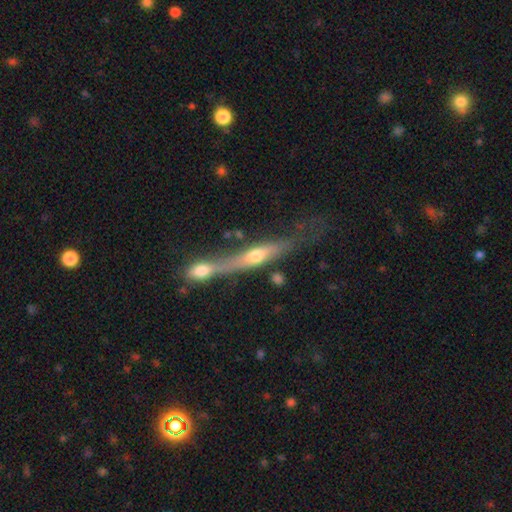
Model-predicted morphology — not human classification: Smooth or featured: featured or disk — 58% (smooth — 35%)
Edge-on disk: yes — 82% (no — 18%)
Merging: none — 39% (merger — 38%)